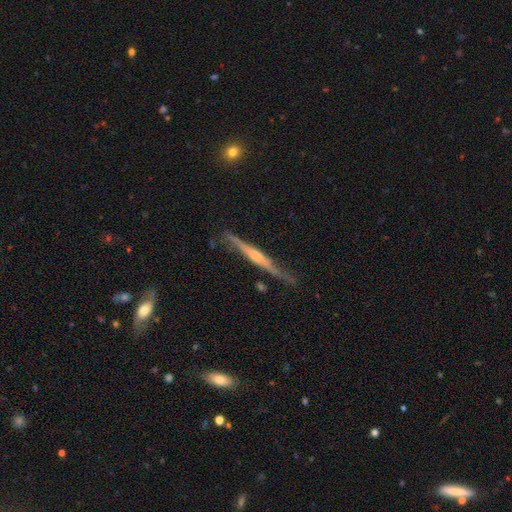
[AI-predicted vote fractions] Q: Smooth or featured?
A: featured or disk (74%); runner-up: smooth (20%)
Q: Edge-on disk?
A: yes (96%); runner-up: no (4%)
Q: Edge-on bulge?
A: rounded (55%); runner-up: none (25%)
Q: Merging?
A: none (73%); runner-up: minor disturbance (20%)